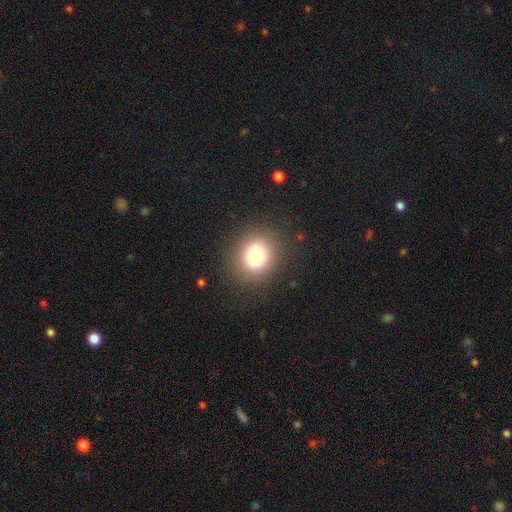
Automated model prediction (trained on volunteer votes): A smooth galaxy with no disk features (73%) that is round (77%).

Vote fractions:
- Smooth or featured? smooth: 73% / featured or disk: 16% / star or artifact: 11%
- How rounded? round: 77% / in between: 22% / cigar-shaped: 1%
- Merging? none: 82% / minor disturbance: 11% / major disturbance: 6% / merger: 1%